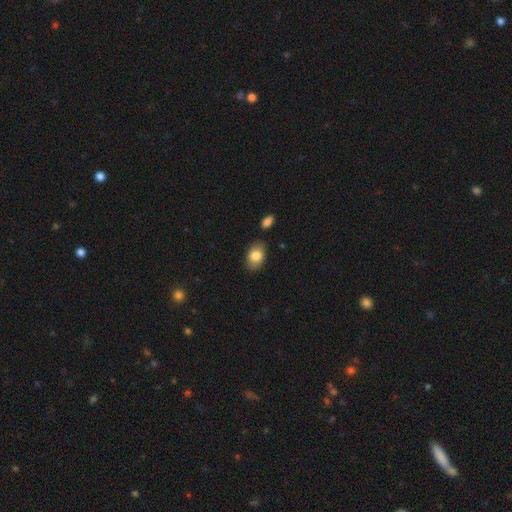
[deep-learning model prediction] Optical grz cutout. It shows a smooth galaxy with no disk features (83%) that is in between round and cigar-shaped (85%). Merging: none (82%).